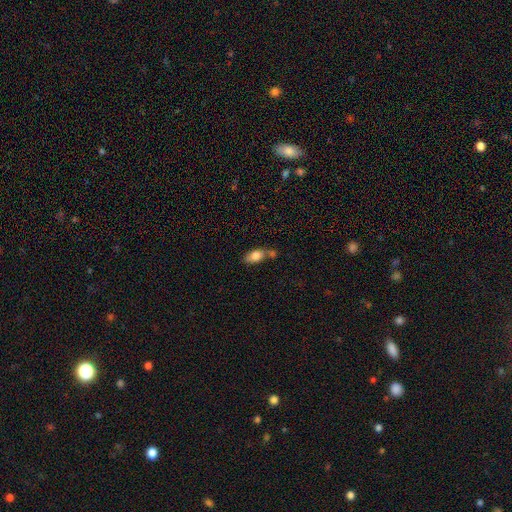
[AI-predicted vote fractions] The model was most divided on "merging": none: 48%, merger: 30%, minor disturbance: 17%, major disturbance: 5%. More confident: how rounded — in between (85%); smooth or featured — smooth (79%).